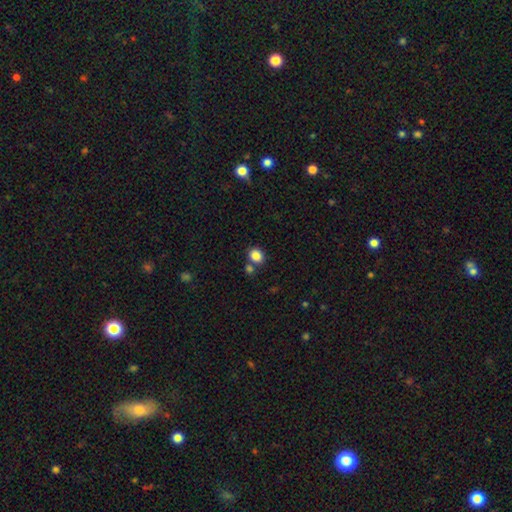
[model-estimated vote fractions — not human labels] The model was most divided on "how rounded": round: 56%, in between: 43%, cigar-shaped: 1%. More confident: smooth or featured — smooth (85%); merging — none (69%).